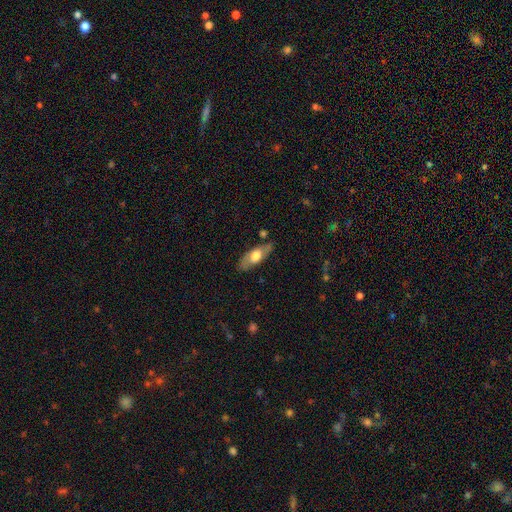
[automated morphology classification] Smooth or featured: smooth — 54% (featured or disk — 40%)
How rounded: in between — 70% (cigar-shaped — 27%)
Merging: none — 76% (minor disturbance — 17%)